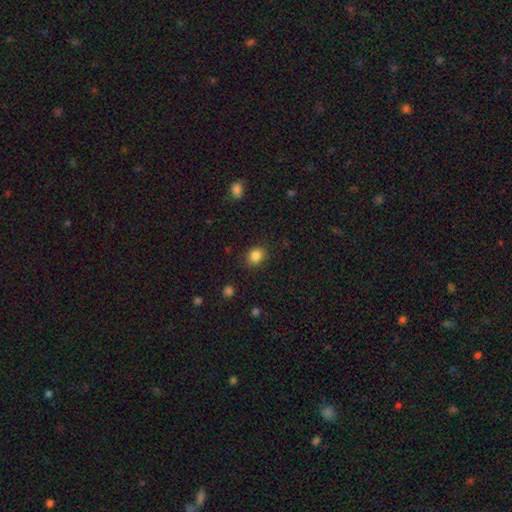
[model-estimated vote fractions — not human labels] smooth 85%, star or artifact 10%, featured or disk 4%. Down the decision tree: how rounded — round (54%); merging — none (86%).